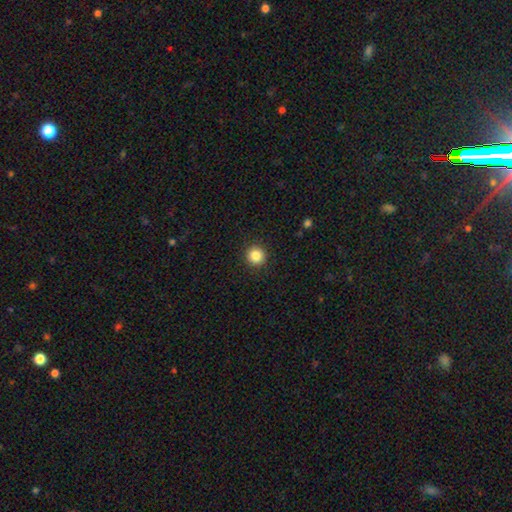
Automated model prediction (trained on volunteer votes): A smooth galaxy with no disk features (85%) that is round (94%).

Vote fractions:
- Smooth or featured? smooth: 85% / star or artifact: 10% / featured or disk: 4%
- How rounded? round: 94% / in between: 5% / cigar-shaped: 1%
- Merging? none: 92% / minor disturbance: 5% / major disturbance: 2% / merger: 1%